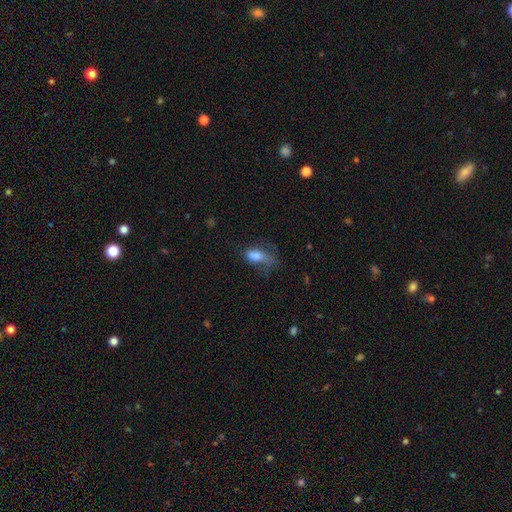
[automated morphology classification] This is likely a smooth galaxy (72%). How rounded: clearly in between (85%). Merging: marginally major disturbance (39%).